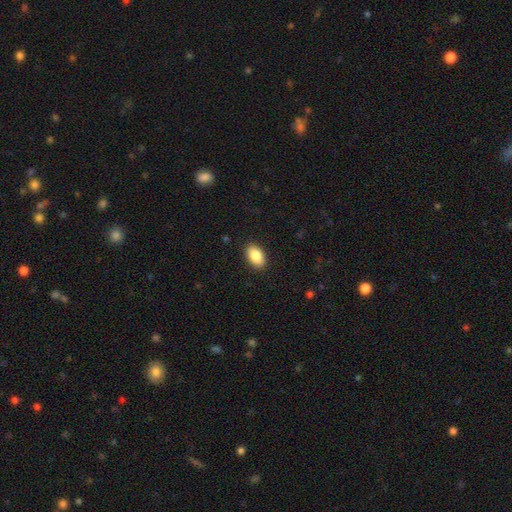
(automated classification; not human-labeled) Smooth or featured: smooth — 87% (star or artifact — 7%)
How rounded: in between — 92% (round — 6%)
Merging: none — 90% (minor disturbance — 7%)